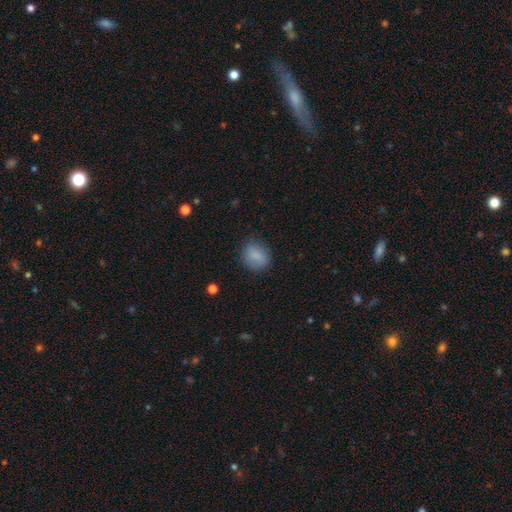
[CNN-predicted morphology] A smooth galaxy with no disk features (84%) that is round (57%).

Vote fractions:
- Smooth or featured? smooth: 84% / star or artifact: 8% / featured or disk: 8%
- How rounded? round: 57% / in between: 41% / cigar-shaped: 1%
- Merging? none: 79% / minor disturbance: 15% / major disturbance: 4% / merger: 1%